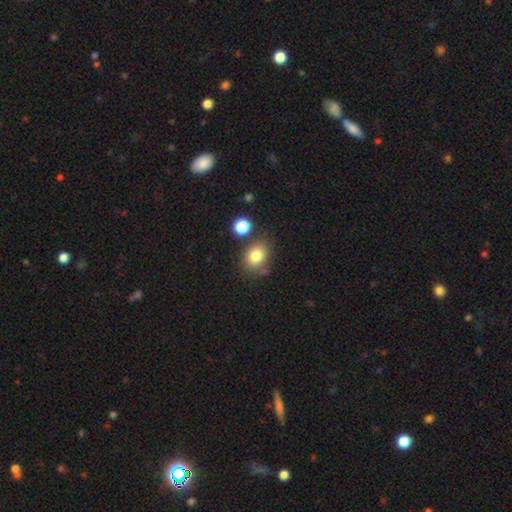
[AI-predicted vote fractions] Morphology: type=smooth (81%); roundness=round (54%); merging=none (70%).